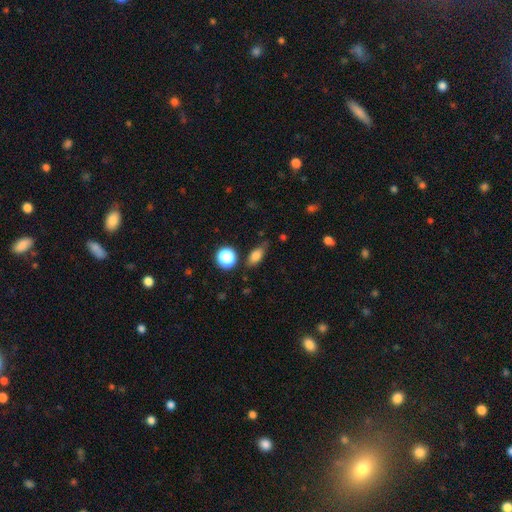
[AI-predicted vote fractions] smooth_or_featured: smooth (p=0.78) [alt: star or artifact p=0.12]
how_rounded: in between (p=0.74) [alt: round p=0.15]
merging: none (p=0.66) [alt: minor disturbance p=0.24]